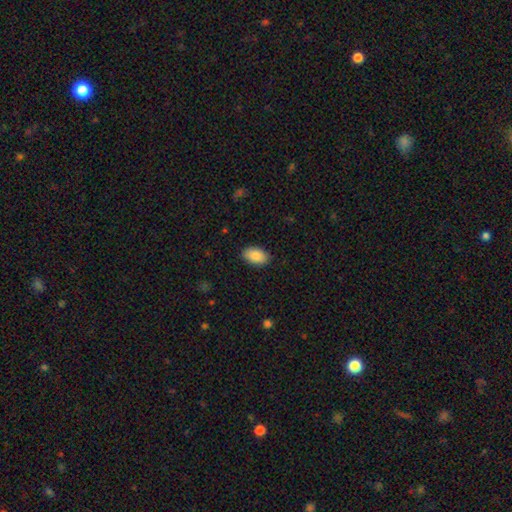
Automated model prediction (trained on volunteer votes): smooth-or-featured: smooth: 89% | star or artifact: 6% | featured or disk: 5%
  how-rounded: in between: 93% | round: 5% | cigar-shaped: 1%
  merging: none: 87% | minor disturbance: 10% | major disturbance: 2% | merger: 1%